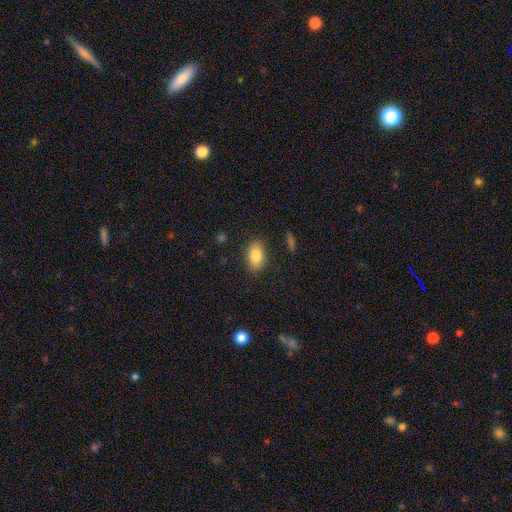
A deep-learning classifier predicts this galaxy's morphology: Smooth or featured? Predicted: smooth (p=0.82). How rounded? Predicted: in between (p=0.86). Merging? Predicted: none (p=0.84).